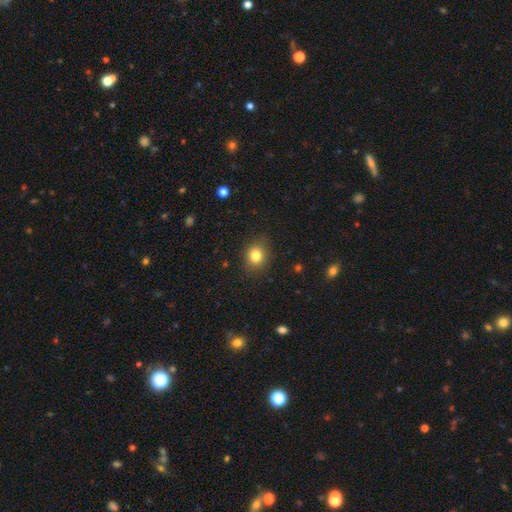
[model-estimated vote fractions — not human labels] A smooth galaxy with no disk features (81%) that is round (67%).

Vote fractions:
- Smooth or featured? smooth: 81% / star or artifact: 12% / featured or disk: 7%
- How rounded? round: 67% / in between: 32% / cigar-shaped: 1%
- Merging? none: 86% / minor disturbance: 10% / major disturbance: 3% / merger: 1%